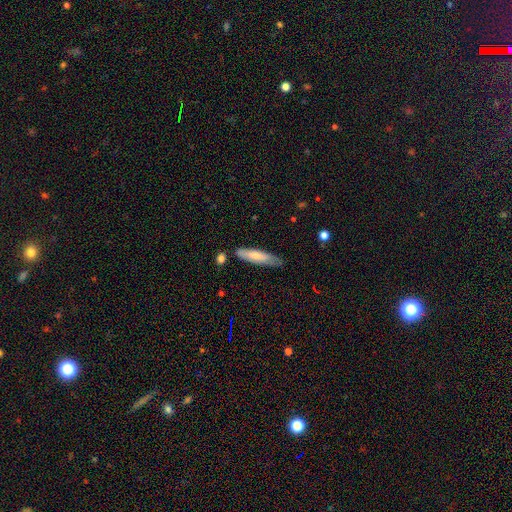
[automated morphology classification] Q: Smooth or featured?
A: smooth (68%); runner-up: featured or disk (27%)
Q: How rounded?
A: cigar-shaped (78%); runner-up: in between (20%)
Q: Merging?
A: none (67%); runner-up: minor disturbance (23%)